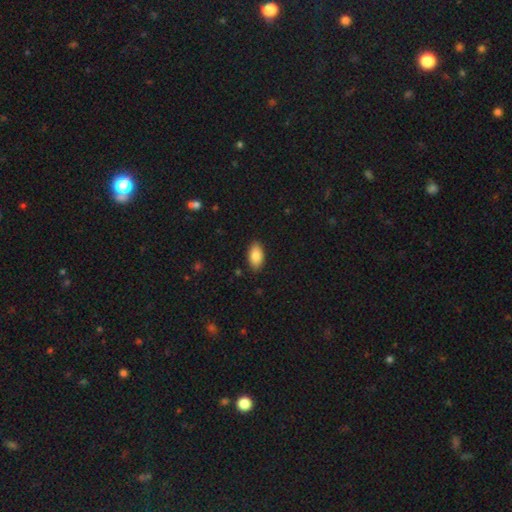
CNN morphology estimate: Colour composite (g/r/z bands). It shows a smooth galaxy with no disk features (87%) that is in between round and cigar-shaped (93%). Merging: none (88%).